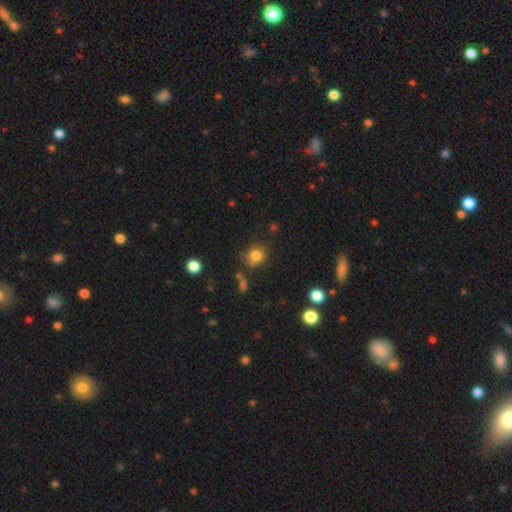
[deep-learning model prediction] This appears to be a smooth galaxy with no disk features (81%) that is round (81%). Merging: none (71%).